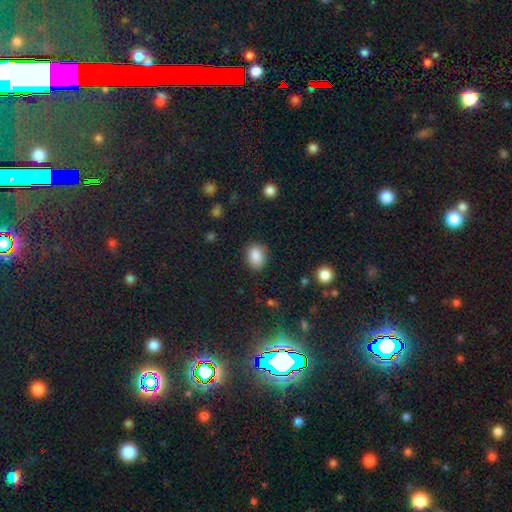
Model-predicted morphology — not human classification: type=smooth (86%); roundness=in between (69%); merging=none (80%).